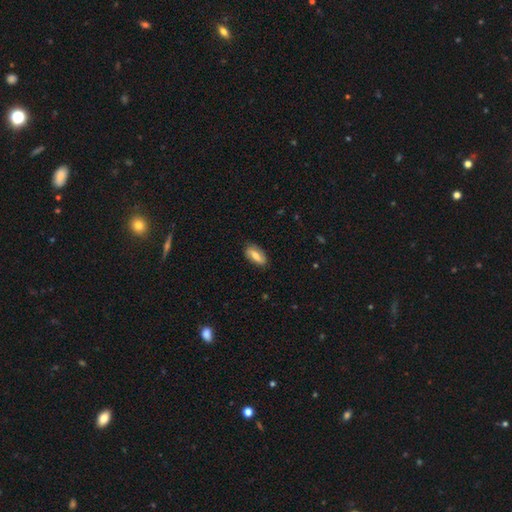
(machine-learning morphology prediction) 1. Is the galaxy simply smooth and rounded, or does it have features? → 62% smooth, 31% featured or disk, 7% star or artifact.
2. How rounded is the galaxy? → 85% in between, 11% cigar-shaped, 4% round.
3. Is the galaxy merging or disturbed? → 82% none, 14% minor disturbance, 3% major disturbance, 1% merger.